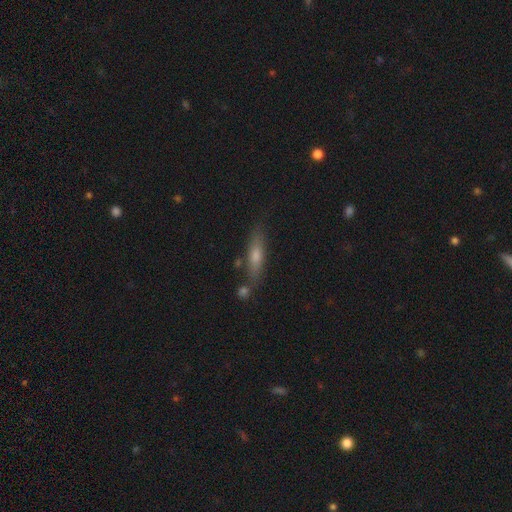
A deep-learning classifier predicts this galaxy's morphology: smooth_or_featured: smooth (p=0.52) [alt: featured or disk p=0.39]
how_rounded: cigar-shaped (p=0.76) [alt: in between p=0.21]
merging: none (p=0.77) [alt: minor disturbance p=0.13]